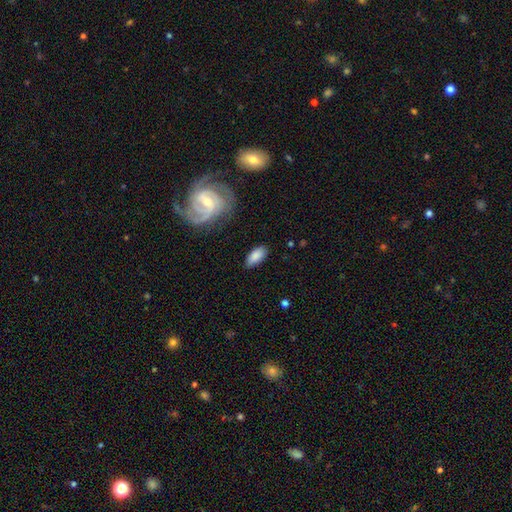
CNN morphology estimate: Smooth or featured?
  - smooth: 82% *
  - featured or disk: 11%
  - star or artifact: 7%
How rounded?
  - in between: 91% *
  - cigar-shaped: 6%
  - round: 3%
Merging?
  - none: 80% *
  - minor disturbance: 14%
  - major disturbance: 4%
  - merger: 2%